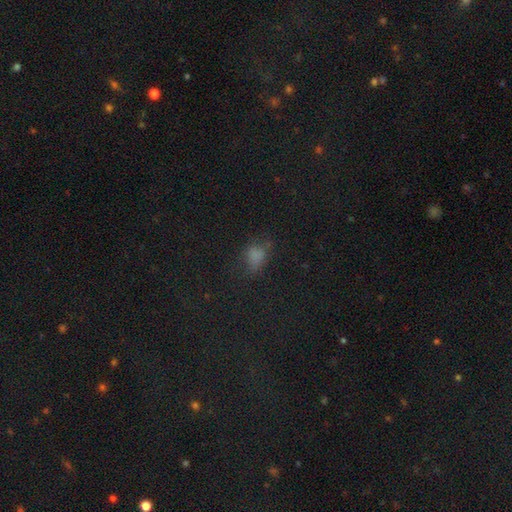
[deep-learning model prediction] Smooth or featured? Predicted: smooth (p=0.65). How rounded? Predicted: in between (p=0.71). Merging? Predicted: none (p=0.51).